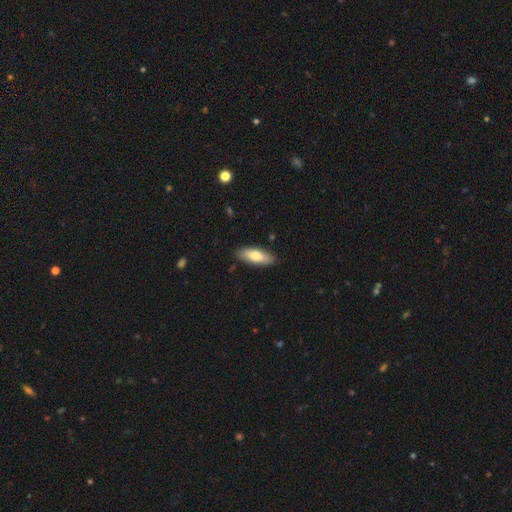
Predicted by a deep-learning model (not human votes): Smooth or featured? Predicted: smooth (p=0.73). How rounded? Predicted: in between (p=0.66). Merging? Predicted: none (p=0.87).